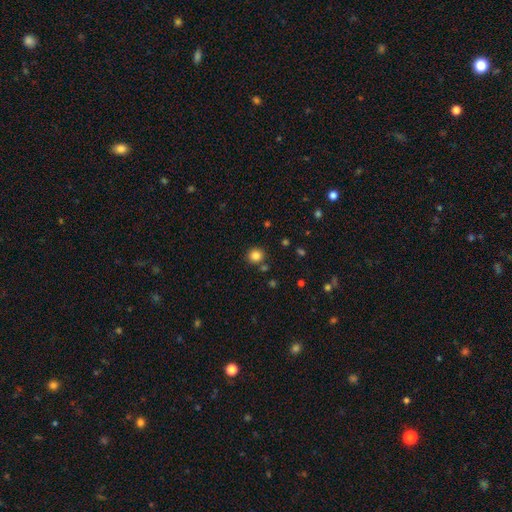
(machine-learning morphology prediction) smooth 83%, star or artifact 12%, featured or disk 5%. Down the decision tree: how rounded — round (90%); merging — none (83%).